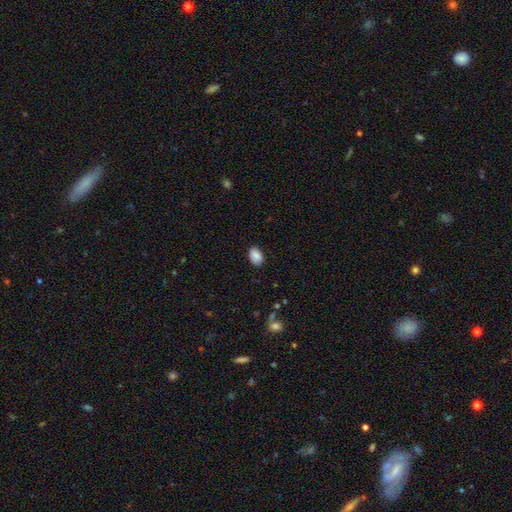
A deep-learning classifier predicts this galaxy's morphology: smooth-or-featured: smooth: 87% | star or artifact: 8% | featured or disk: 5%
  how-rounded: in between: 86% | round: 13% | cigar-shaped: 1%
  merging: none: 85% | minor disturbance: 12% | major disturbance: 2% | merger: 1%